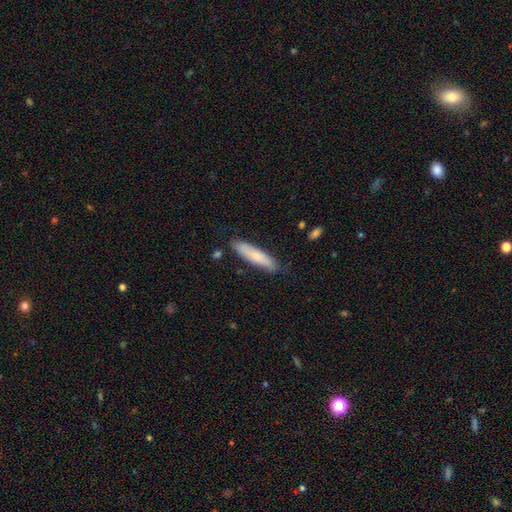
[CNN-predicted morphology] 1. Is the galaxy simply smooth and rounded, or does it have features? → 71% smooth, 24% featured or disk, 6% star or artifact.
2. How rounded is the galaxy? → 80% cigar-shaped, 19% in between, 1% round.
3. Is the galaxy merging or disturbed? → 82% none, 14% minor disturbance, 2% major disturbance, 2% merger.